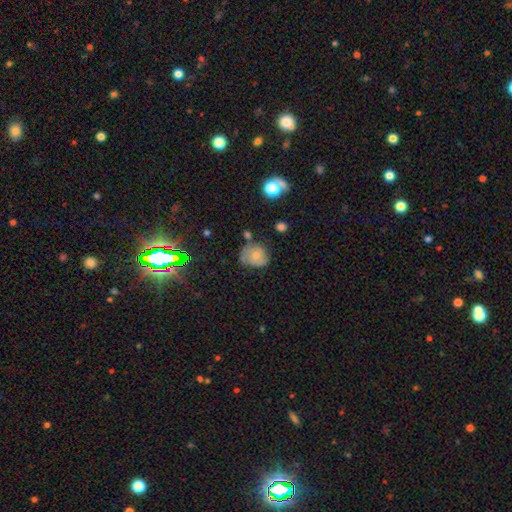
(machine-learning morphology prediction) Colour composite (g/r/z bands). It shows a smooth galaxy with no disk features (62%) that is round (63%). Merging: none (51%).